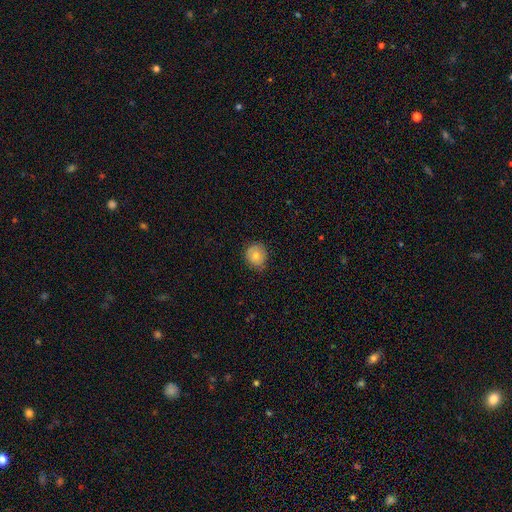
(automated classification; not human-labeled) A smooth galaxy with no disk features (67%) that is round (81%).

Vote fractions:
- Smooth or featured? smooth: 67% / featured or disk: 23% / star or artifact: 9%
- How rounded? round: 81% / in between: 18% / cigar-shaped: 1%
- Merging? none: 74% / minor disturbance: 21% / major disturbance: 4% / merger: 1%